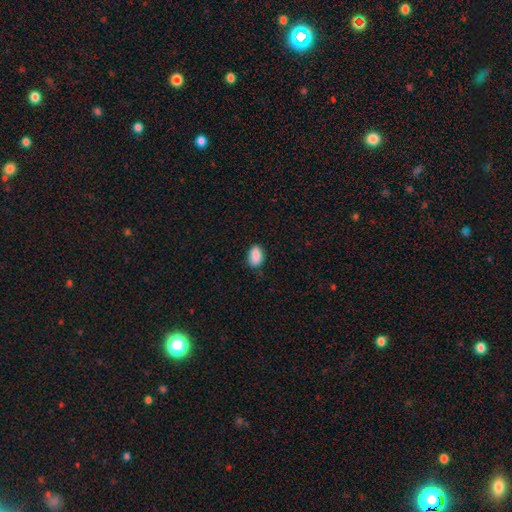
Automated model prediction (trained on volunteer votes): A smooth galaxy with no disk features (89%) that is in between round and cigar-shaped (89%).

Vote fractions:
- Smooth or featured? smooth: 89% / star or artifact: 8% / featured or disk: 4%
- How rounded? in between: 89% / round: 9% / cigar-shaped: 2%
- Merging? none: 78% / minor disturbance: 18% / major disturbance: 3% / merger: 1%